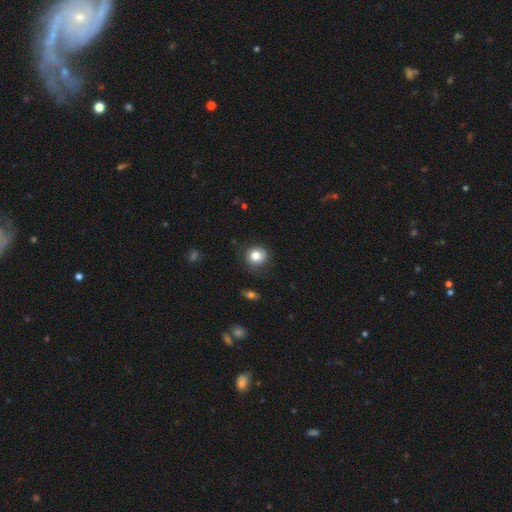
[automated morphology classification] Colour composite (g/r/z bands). It shows a smooth galaxy with no disk features (79%) that is round (88%). Merging: none (80%).